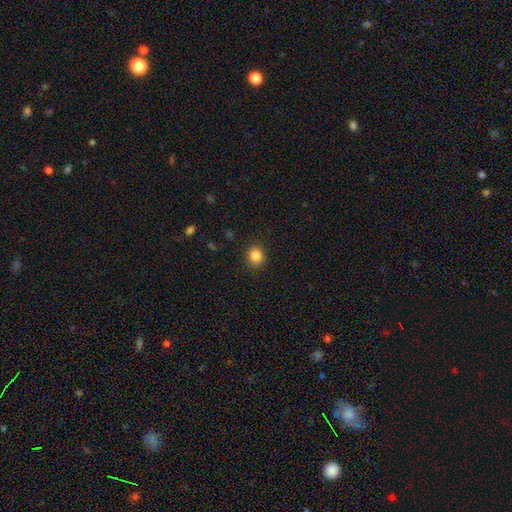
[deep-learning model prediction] smooth_or_featured: smooth (p=0.85) [alt: star or artifact p=0.11]
how_rounded: round (p=0.78) [alt: in between p=0.21]
merging: none (p=0.90) [alt: minor disturbance p=0.07]